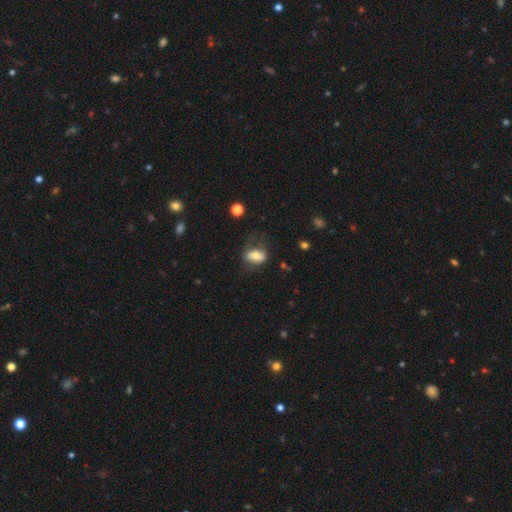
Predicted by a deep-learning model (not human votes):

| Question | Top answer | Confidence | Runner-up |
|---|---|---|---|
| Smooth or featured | smooth | 61% | featured or disk (31%) |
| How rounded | in between | 78% | round (20%) |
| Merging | none | 54% | minor disturbance (25%) |